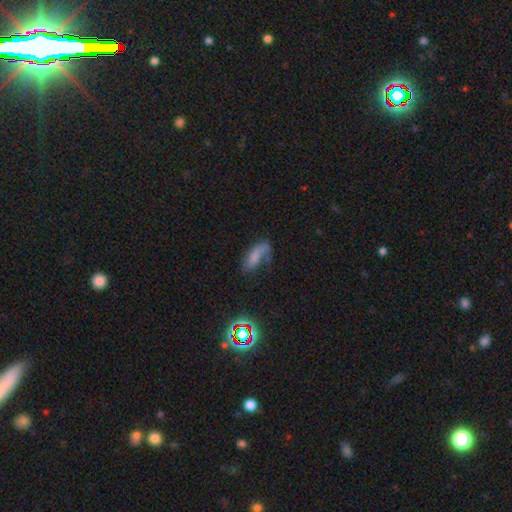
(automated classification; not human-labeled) Overall: smooth (51%; featured or disk 35%). How rounded: in between (75%). Merging: none (38%; major disturbance 30%).